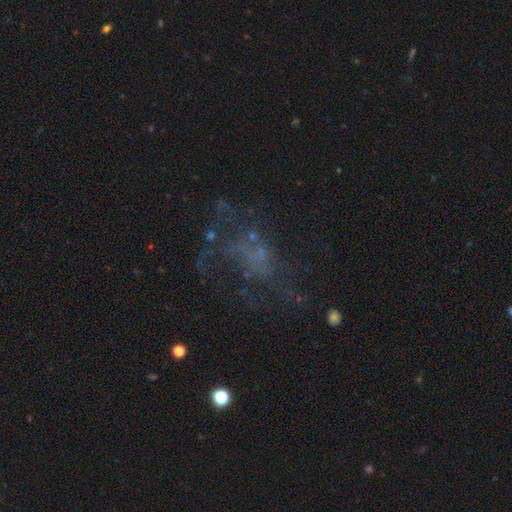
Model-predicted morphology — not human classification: A featured or disk galaxy (52%) with no bar (88%), no spiral arms (76%) and no central bulge (71%). Merging: none (42%).